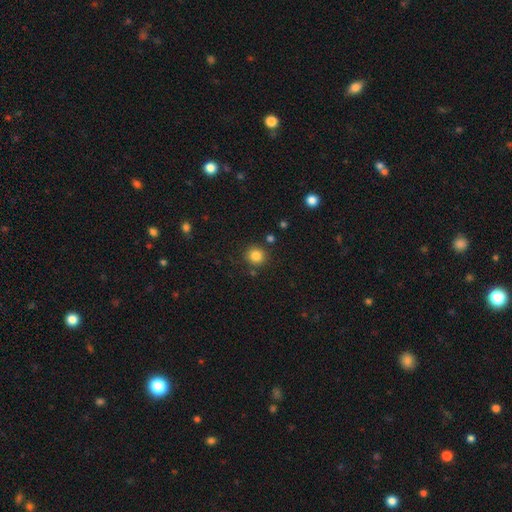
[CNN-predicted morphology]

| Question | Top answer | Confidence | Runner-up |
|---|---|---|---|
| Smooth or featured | smooth | 84% | star or artifact (11%) |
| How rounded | round | 90% | in between (9%) |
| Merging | none | 85% | minor disturbance (8%) |